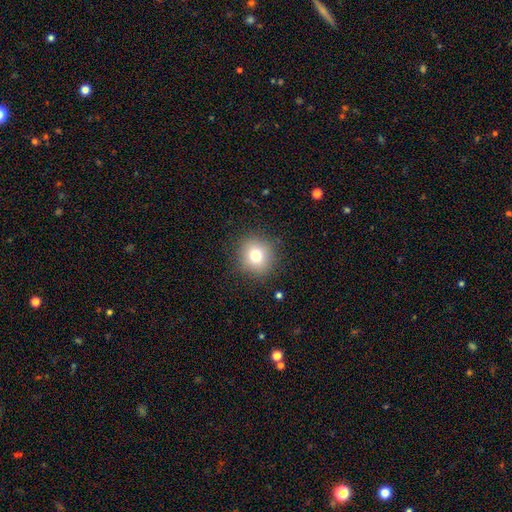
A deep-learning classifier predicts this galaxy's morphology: The model was most divided on "smooth or featured": smooth: 77%, star or artifact: 12%, featured or disk: 11%. More confident: how rounded — round (89%); merging — none (88%).